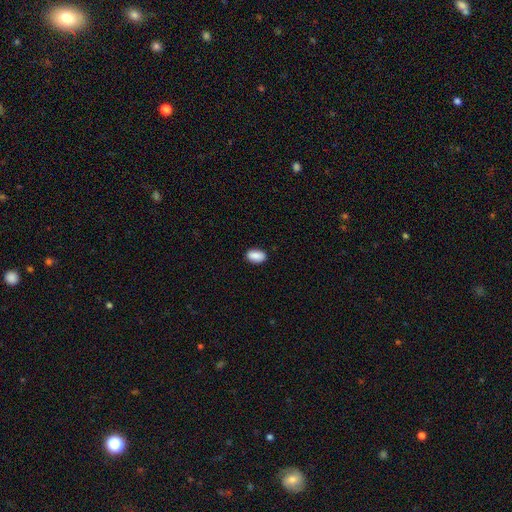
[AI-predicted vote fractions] Morphology: type=smooth (89%); roundness=in between (92%); merging=none (87%).